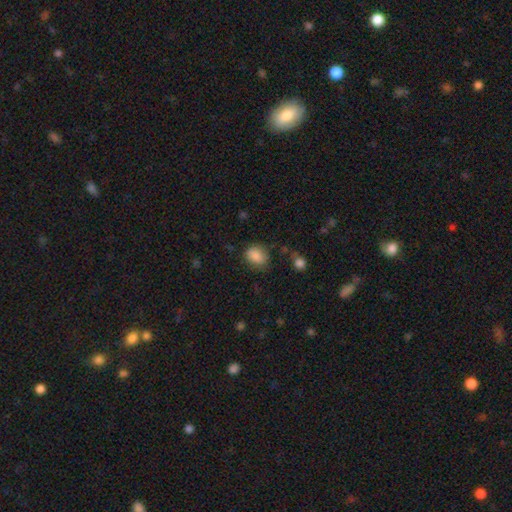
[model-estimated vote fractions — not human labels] smooth_or_featured: smooth (p=0.86) [alt: star or artifact p=0.09]
how_rounded: in between (p=0.62) [alt: round p=0.37]
merging: none (p=0.71) [alt: minor disturbance p=0.21]